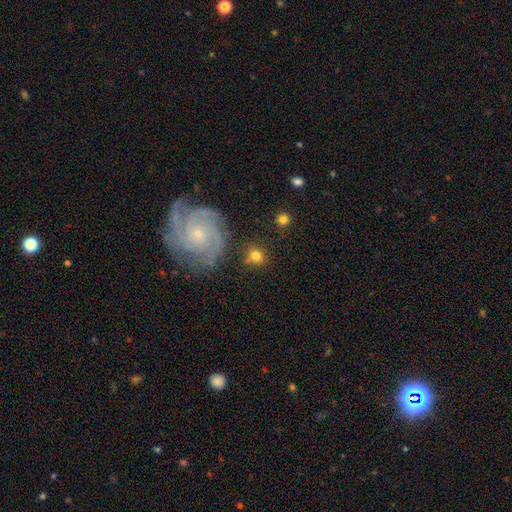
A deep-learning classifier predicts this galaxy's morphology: This is likely a smooth galaxy (67%). How rounded: clearly round (85%). Merging: likely none (79%).